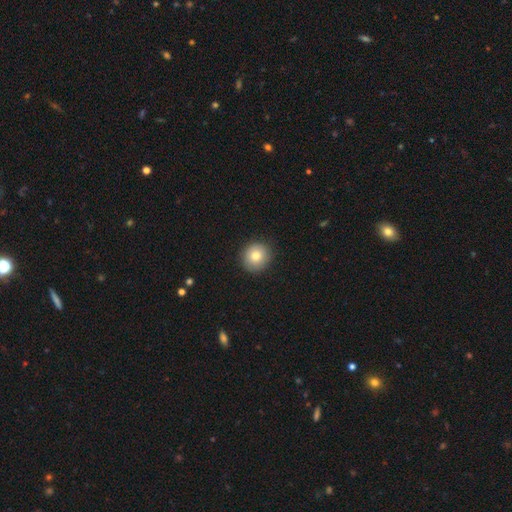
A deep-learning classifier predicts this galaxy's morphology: The model was most divided on "smooth or featured": smooth: 79%, featured or disk: 11%, star or artifact: 10%. More confident: how rounded — round (93%); merging — none (90%).